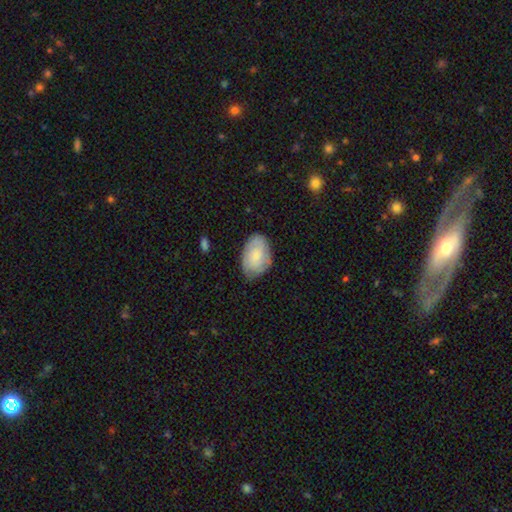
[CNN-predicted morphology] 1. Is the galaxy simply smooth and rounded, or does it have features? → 69% smooth, 24% featured or disk, 7% star or artifact.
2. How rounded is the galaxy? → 89% in between, 10% round, 1% cigar-shaped.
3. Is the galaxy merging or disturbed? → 70% none, 24% minor disturbance, 5% major disturbance, 1% merger.